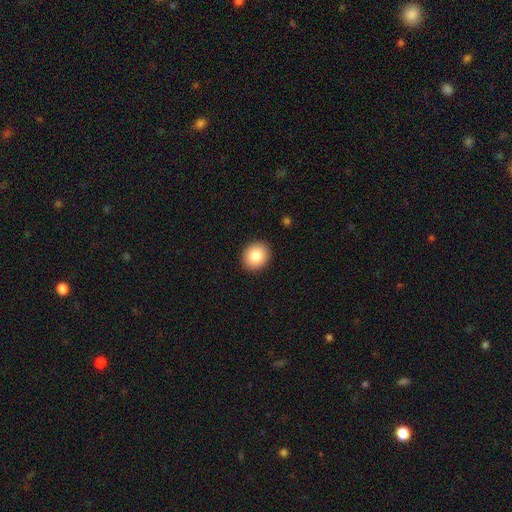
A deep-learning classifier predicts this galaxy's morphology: smooth-or-featured: smooth: 84% | star or artifact: 8% | featured or disk: 8%
  how-rounded: round: 70% | in between: 29% | cigar-shaped: 1%
  merging: none: 92% | minor disturbance: 6% | major disturbance: 2% | merger: 1%